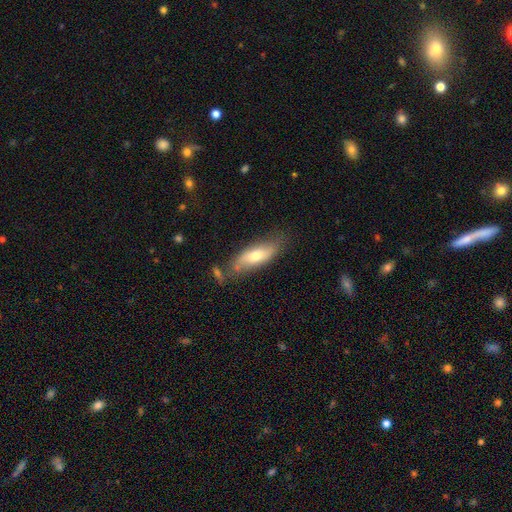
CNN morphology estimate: This is possibly a smooth galaxy (60%). How rounded: likely in between (61%). Merging: likely none (65%).